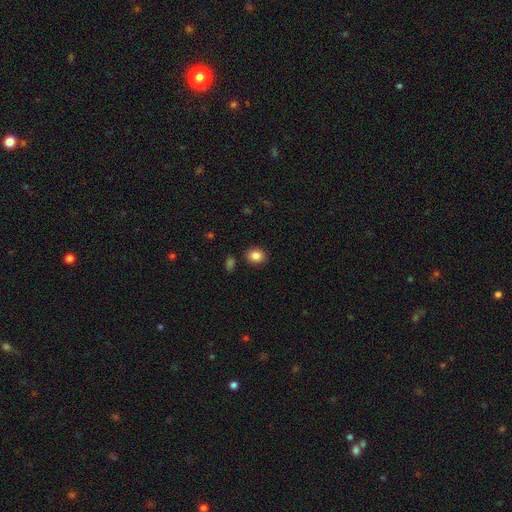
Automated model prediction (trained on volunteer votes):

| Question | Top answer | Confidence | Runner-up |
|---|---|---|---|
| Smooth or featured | smooth | 86% | star or artifact (9%) |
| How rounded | round | 58% | in between (42%) |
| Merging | none | 87% | minor disturbance (8%) |